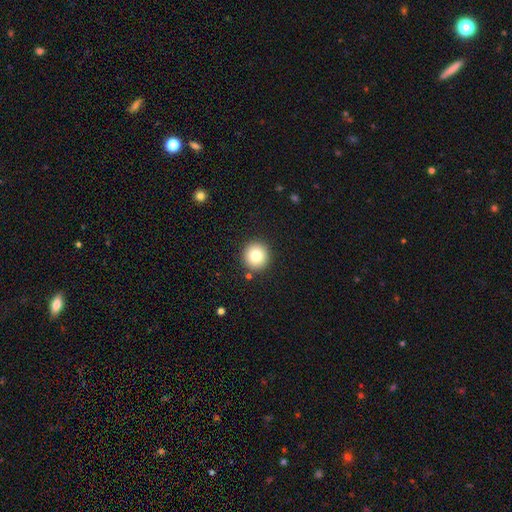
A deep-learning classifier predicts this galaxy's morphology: Smooth or featured?
  - smooth: 80% *
  - star or artifact: 11%
  - featured or disk: 10%
How rounded?
  - round: 94% *
  - in between: 5%
  - cigar-shaped: 1%
Merging?
  - none: 90% *
  - minor disturbance: 6%
  - merger: 2%
  - major disturbance: 2%